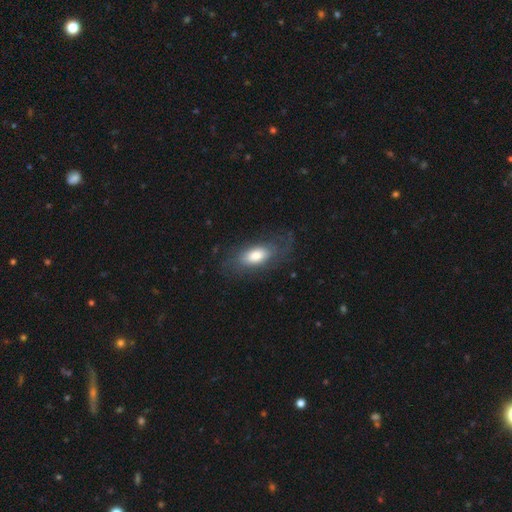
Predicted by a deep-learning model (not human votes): A smooth galaxy with no disk features (56%) that is in between round and cigar-shaped (85%). Merging: none (65%).